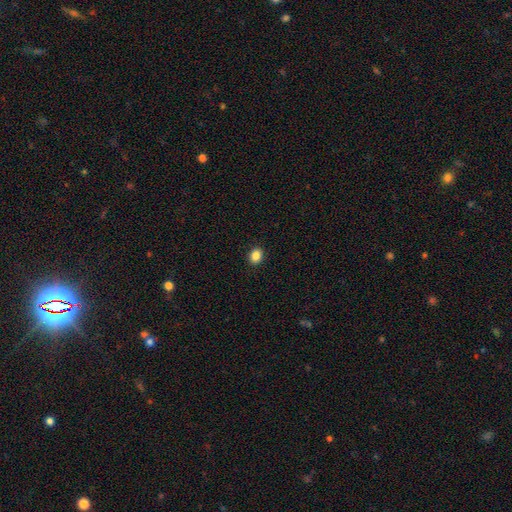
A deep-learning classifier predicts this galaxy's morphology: smooth_or_featured: smooth (p=0.86) [alt: star or artifact p=0.10]
how_rounded: round (p=0.59) [alt: in between p=0.40]
merging: none (p=0.92) [alt: minor disturbance p=0.05]